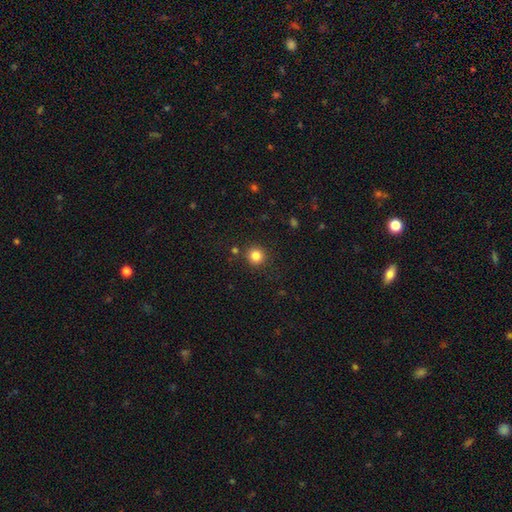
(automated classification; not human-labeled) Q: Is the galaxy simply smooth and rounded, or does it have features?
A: smooth — 83%.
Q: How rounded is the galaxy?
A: round — 93%.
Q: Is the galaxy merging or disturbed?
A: none — 89%.